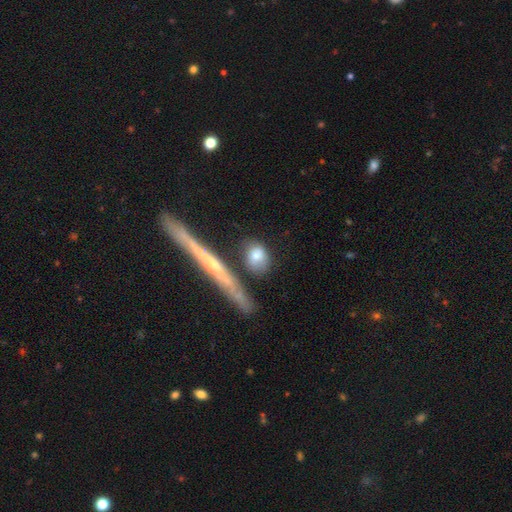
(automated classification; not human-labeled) smooth 75%, featured or disk 18%, star or artifact 7%. Down the decision tree: how rounded — round (50%); merging — none (65%).